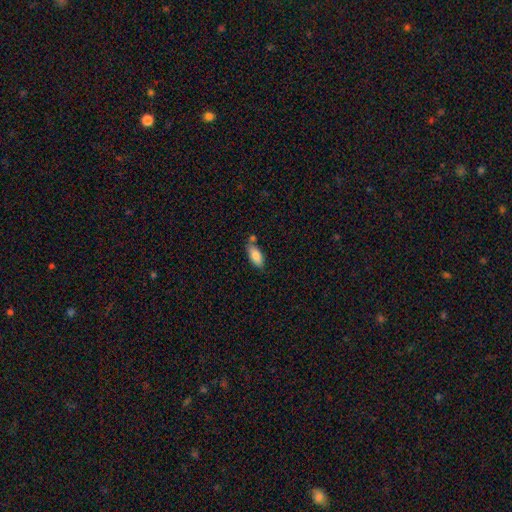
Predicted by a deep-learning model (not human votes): Smooth or featured? Predicted: smooth (p=0.82). How rounded? Predicted: in between (p=0.86). Merging? Predicted: none (p=0.62).